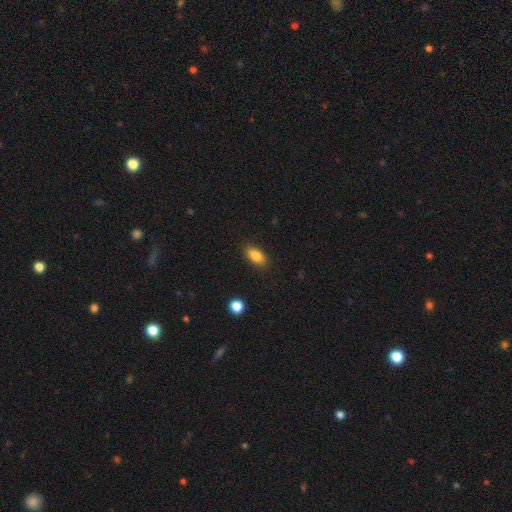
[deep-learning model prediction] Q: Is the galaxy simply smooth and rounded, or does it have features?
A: smooth — 85%.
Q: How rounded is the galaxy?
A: in between — 88%.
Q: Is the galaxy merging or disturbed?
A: none — 87%.